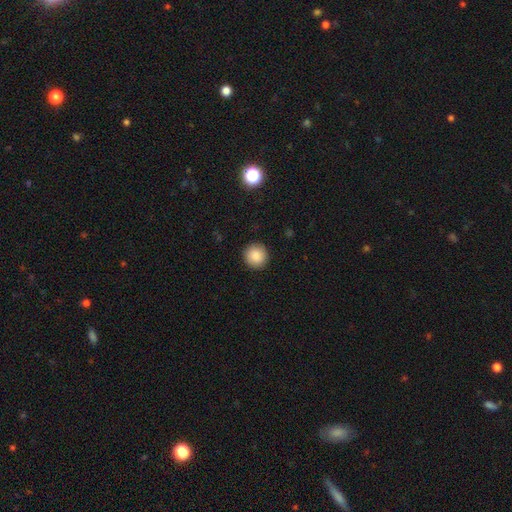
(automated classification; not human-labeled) This is clearly a smooth galaxy (87%). How rounded: clearly round (94%). Merging: clearly none (92%).